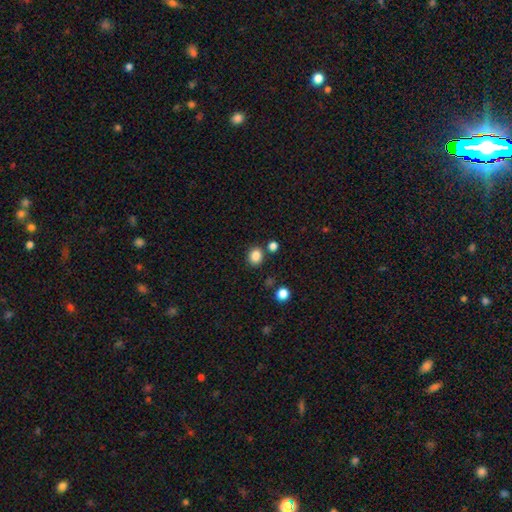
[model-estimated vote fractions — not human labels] smooth_or_featured: smooth (p=0.85) [alt: star or artifact p=0.11]
how_rounded: round (p=0.68) [alt: in between p=0.31]
merging: none (p=0.80) [alt: minor disturbance p=0.09]